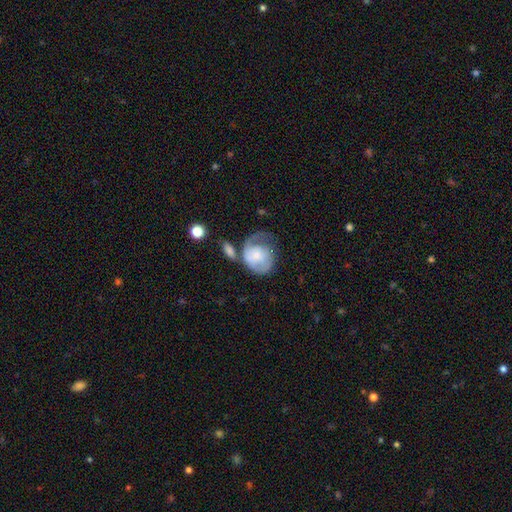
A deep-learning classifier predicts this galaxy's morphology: A featured or disk galaxy (51%).

Vote fractions:
- Smooth or featured? featured or disk: 51% / smooth: 43% / star or artifact: 6%
- Edge-on disk? no: 97% / yes: 3%
- Merging? major disturbance: 36% / none: 26% / minor disturbance: 22% / merger: 17%